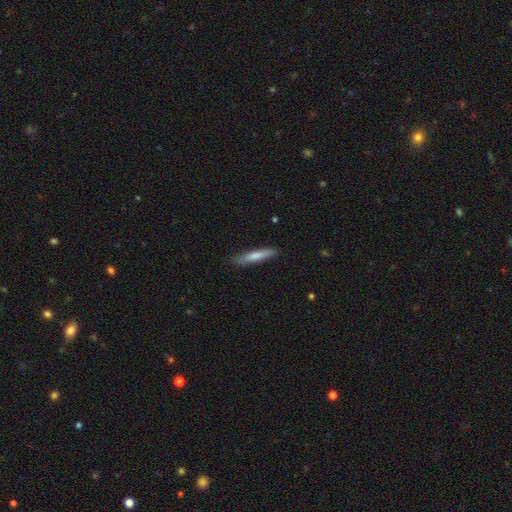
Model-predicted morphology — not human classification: A smooth galaxy with no disk features (73%) that is cigar-shaped (90%).

Vote fractions:
- Smooth or featured? smooth: 73% / featured or disk: 21% / star or artifact: 5%
- How rounded? cigar-shaped: 90% / in between: 9% / round: 1%
- Merging? none: 85% / minor disturbance: 12% / major disturbance: 2% / merger: 1%